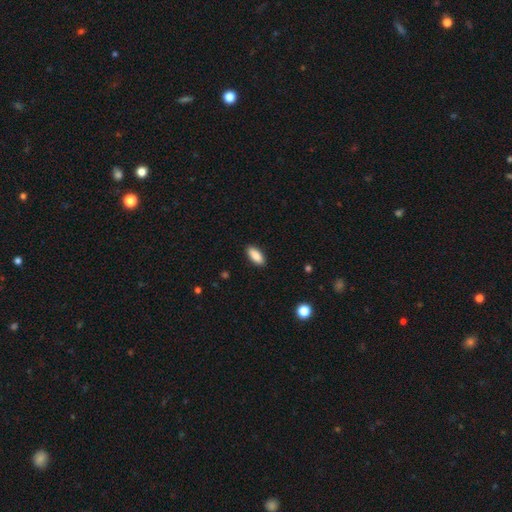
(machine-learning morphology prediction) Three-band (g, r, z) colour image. It shows a smooth galaxy with no disk features (89%) that is in between round and cigar-shaped (86%). Merging: none (90%).